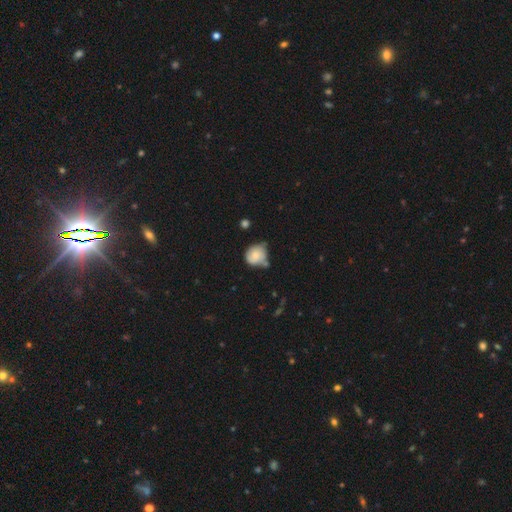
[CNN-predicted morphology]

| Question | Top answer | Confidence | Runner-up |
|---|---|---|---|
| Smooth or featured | smooth | 74% | featured or disk (18%) |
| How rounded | round | 80% | in between (19%) |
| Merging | none | 43% | minor disturbance (35%) |